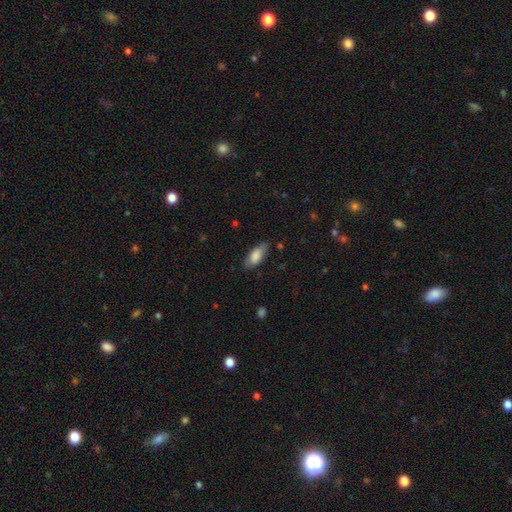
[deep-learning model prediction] Overall: smooth (82%). How rounded: in between (86%). Merging: none (78%).